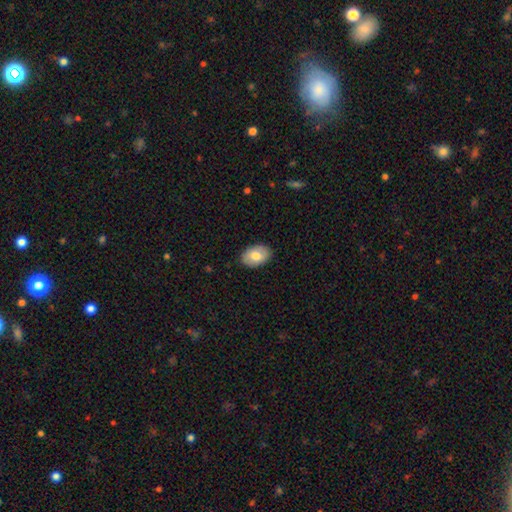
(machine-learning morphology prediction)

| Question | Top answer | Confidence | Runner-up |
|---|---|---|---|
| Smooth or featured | smooth | 76% | featured or disk (17%) |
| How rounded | in between | 87% | round (12%) |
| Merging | none | 87% | minor disturbance (10%) |